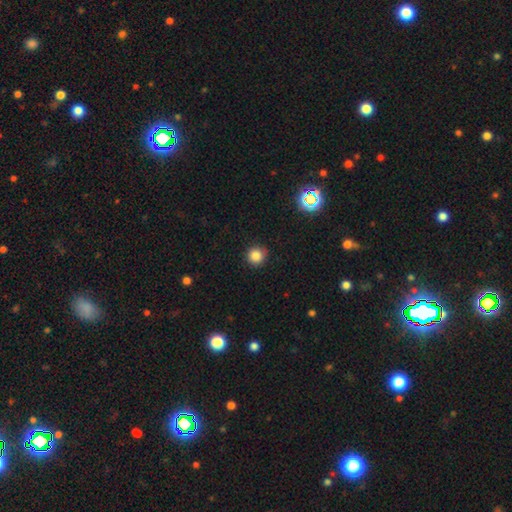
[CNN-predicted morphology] The model was most divided on "smooth or featured": smooth: 84%, star or artifact: 12%, featured or disk: 4%. More confident: how rounded — round (94%); merging — none (89%).